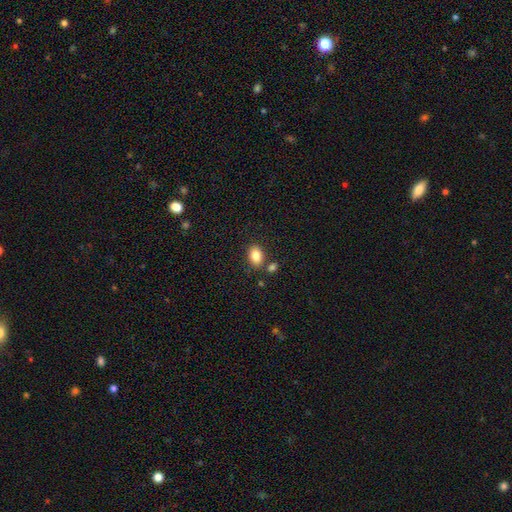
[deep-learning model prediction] A smooth galaxy with no disk features (85%) that is in between round and cigar-shaped (82%).

Vote fractions:
- Smooth or featured? smooth: 85% / star or artifact: 9% / featured or disk: 6%
- How rounded? in between: 82% / round: 17% / cigar-shaped: 1%
- Merging? none: 75% / merger: 11% / minor disturbance: 11% / major disturbance: 3%